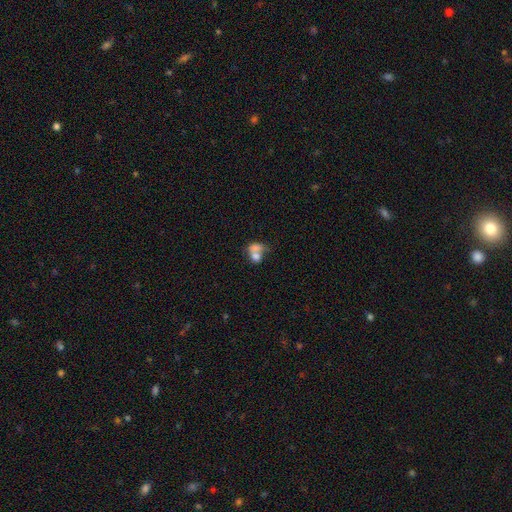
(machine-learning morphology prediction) smooth-or-featured: smooth: 69% | featured or disk: 21% | star or artifact: 10%
  how-rounded: in between: 61% | round: 37% | cigar-shaped: 2%
  merging: merger: 67% | none: 16% | major disturbance: 10% | minor disturbance: 7%